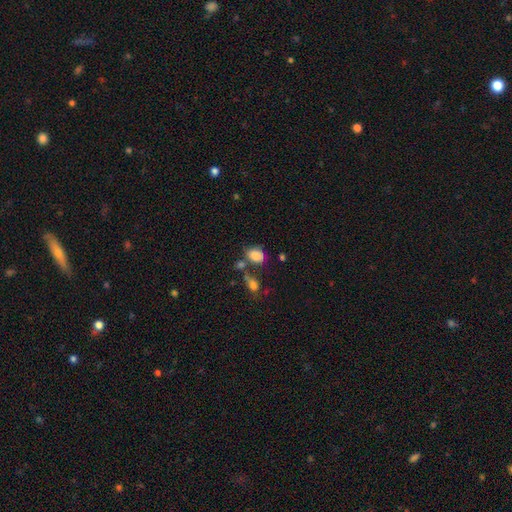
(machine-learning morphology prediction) Overall: smooth (83%). How rounded: in between (69%; round 30%). Merging: none (56%; minor disturbance 19%).